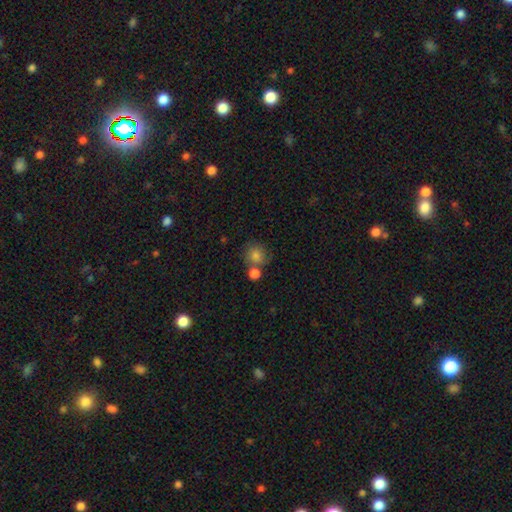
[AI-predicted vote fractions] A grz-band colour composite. It shows a smooth galaxy with no disk features (78%) that is round (80%). Merging: none (52%).